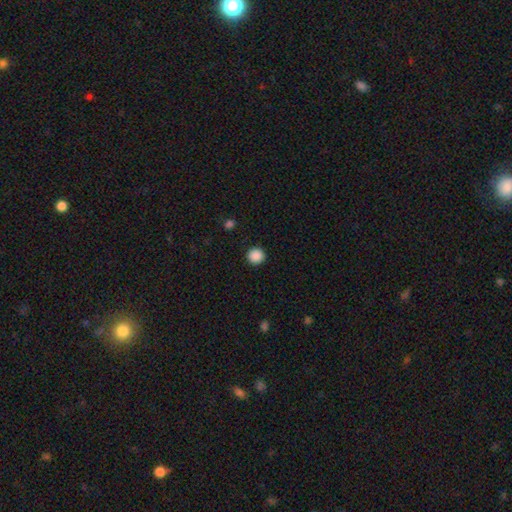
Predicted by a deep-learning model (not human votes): Q: Smooth or featured?
A: smooth (88%); runner-up: star or artifact (9%)
Q: How rounded?
A: round (95%); runner-up: in between (4%)
Q: Merging?
A: none (92%); runner-up: minor disturbance (5%)